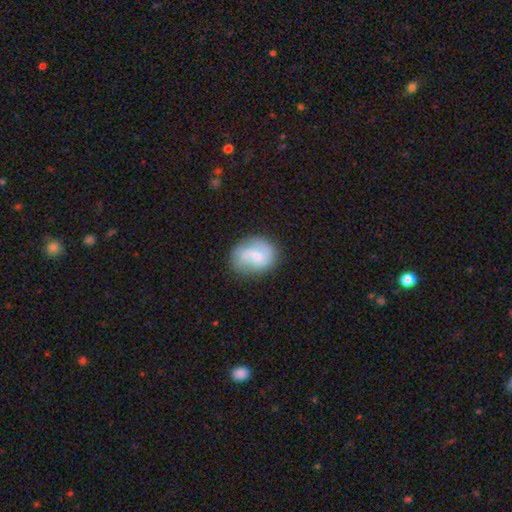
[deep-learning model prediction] Smooth or featured: smooth — 50% (featured or disk — 43%)
Merging: none — 69% (minor disturbance — 21%)